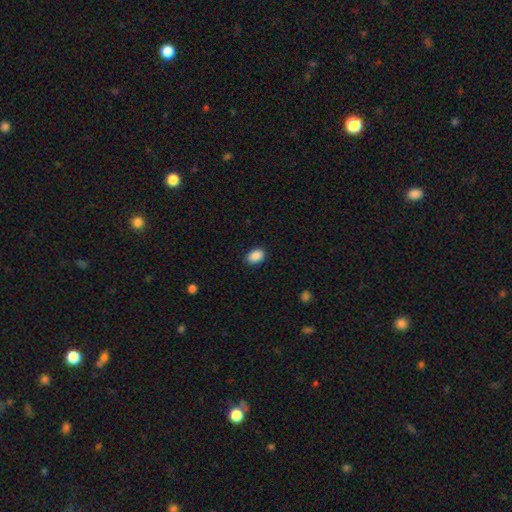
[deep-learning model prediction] Morphology: type=smooth (90%); roundness=in between (84%); merging=none (86%).